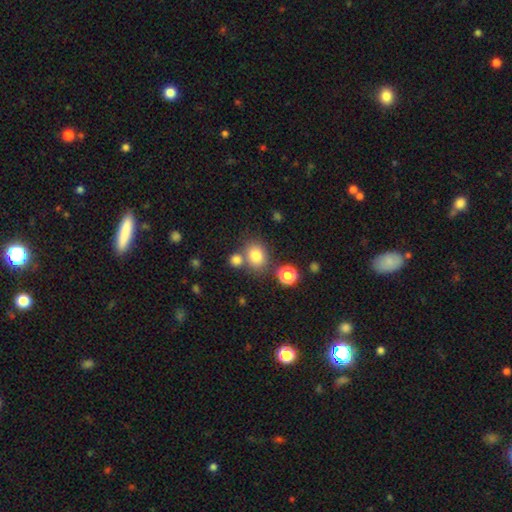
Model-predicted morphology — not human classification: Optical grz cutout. It shows a smooth galaxy with no disk features (80%) that is round (65%). Merging: none (67%).